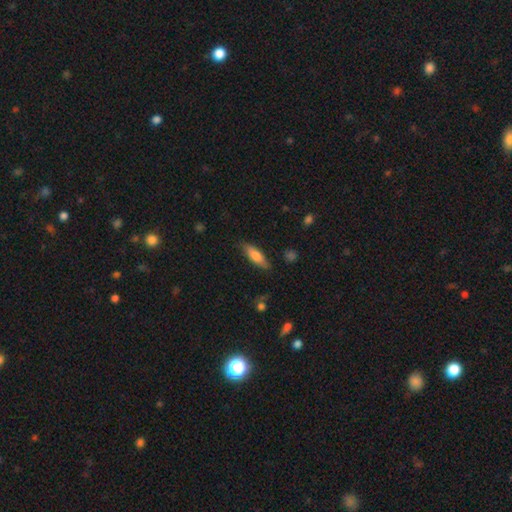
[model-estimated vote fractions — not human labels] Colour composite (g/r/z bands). It shows a smooth galaxy with no disk features (72%) that is cigar-shaped (54%). Merging: none (81%).